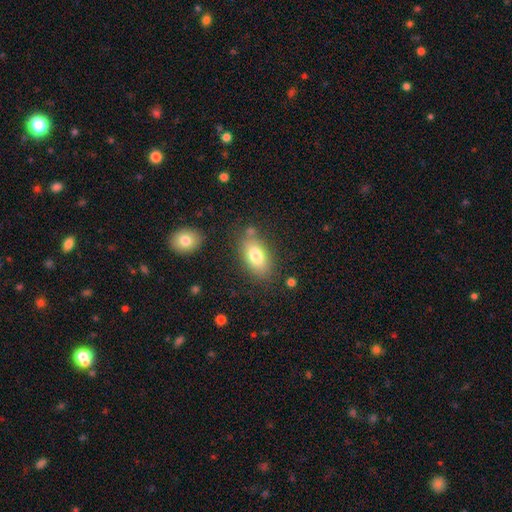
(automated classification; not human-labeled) A smooth galaxy with no disk features (79%) that is in between round and cigar-shaped (90%).

Vote fractions:
- Smooth or featured? smooth: 79% / featured or disk: 13% / star or artifact: 8%
- How rounded? in between: 90% / round: 6% / cigar-shaped: 4%
- Merging? none: 75% / minor disturbance: 15% / merger: 6% / major disturbance: 4%